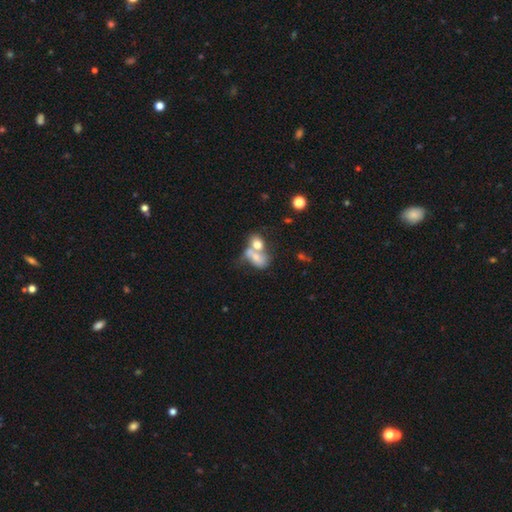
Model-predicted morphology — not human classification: smooth_or_featured: smooth (p=0.63) [alt: featured or disk p=0.27]
how_rounded: in between (p=0.76) [alt: round p=0.21]
merging: merger (p=0.71) [alt: none p=0.15]